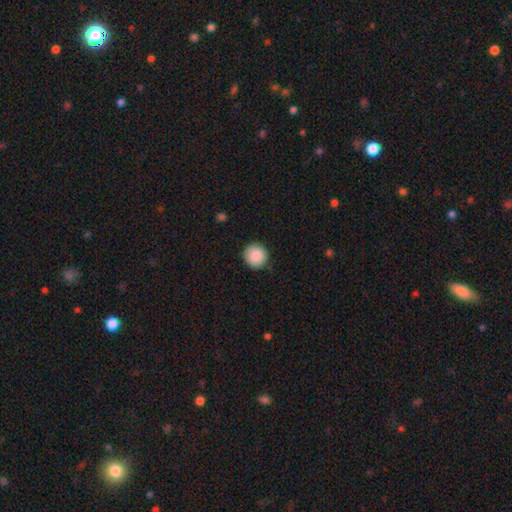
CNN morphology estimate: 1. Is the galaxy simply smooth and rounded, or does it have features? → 88% smooth, 8% star or artifact, 4% featured or disk.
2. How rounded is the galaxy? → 95% round, 4% in between, 1% cigar-shaped.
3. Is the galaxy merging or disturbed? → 90% none, 8% minor disturbance, 2% major disturbance, 1% merger.